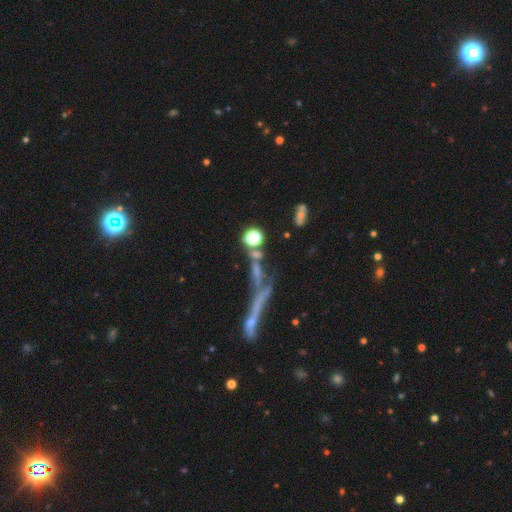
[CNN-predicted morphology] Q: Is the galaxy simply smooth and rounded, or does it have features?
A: smooth — 35%.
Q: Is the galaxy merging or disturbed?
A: none — 36%.